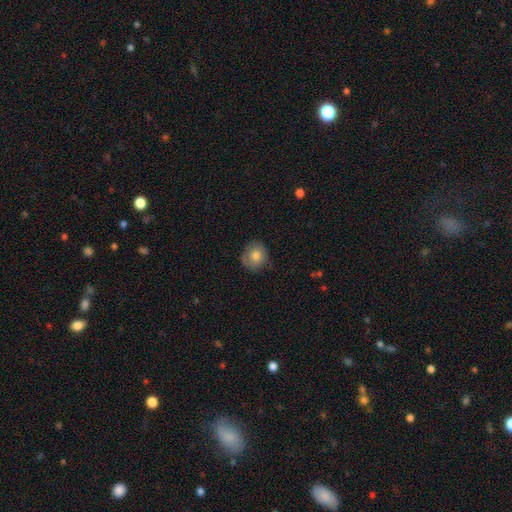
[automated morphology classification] A smooth galaxy with no disk features (74%) that is round (82%). Merging: none (77%).